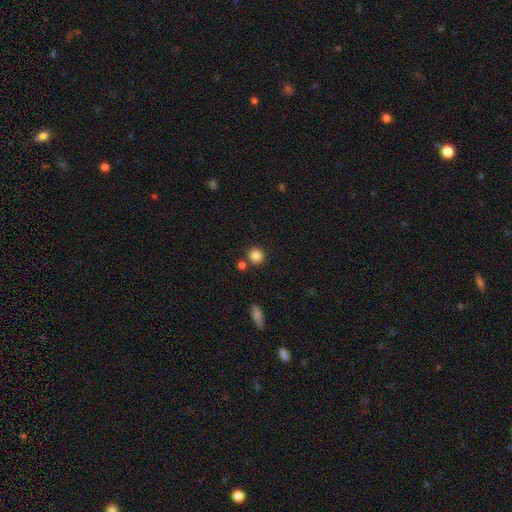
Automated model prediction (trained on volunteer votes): A smooth galaxy with no disk features (86%) that is round (87%). Merging: none (80%).